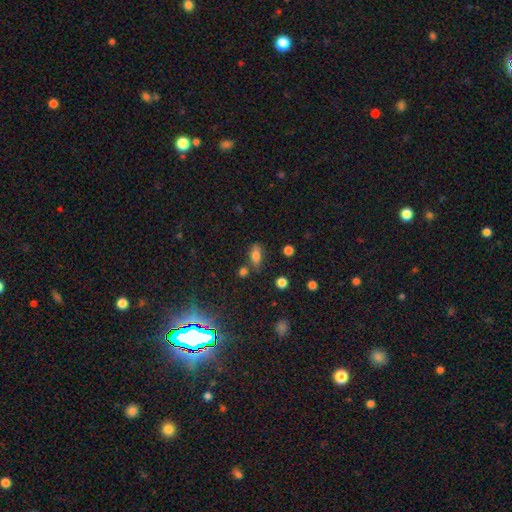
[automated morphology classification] type=smooth (75%); roundness=in between (78%); merging=none (64%).